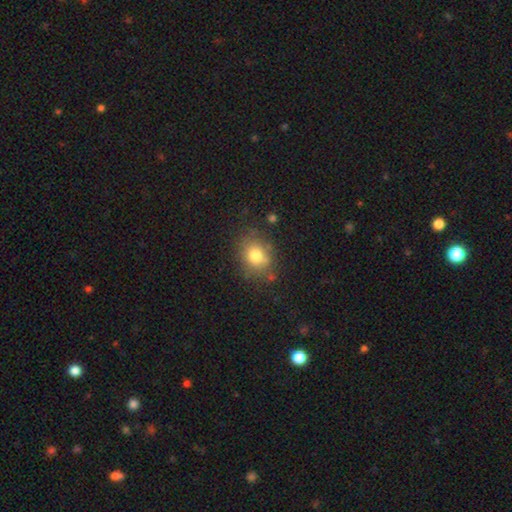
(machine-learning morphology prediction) Q: Smooth or featured?
A: smooth (78%); runner-up: star or artifact (11%)
Q: How rounded?
A: round (55%); runner-up: in between (44%)
Q: Merging?
A: none (74%); runner-up: minor disturbance (17%)